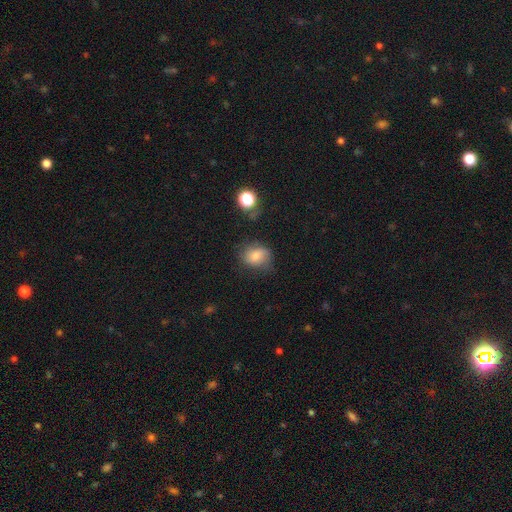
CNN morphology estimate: A smooth galaxy with no disk features (75%) that is in between round and cigar-shaped (52%).

Vote fractions:
- Smooth or featured? smooth: 75% / featured or disk: 14% / star or artifact: 11%
- How rounded? in between: 52% / round: 47% / cigar-shaped: 1%
- Merging? none: 58% / minor disturbance: 27% / major disturbance: 12% / merger: 2%